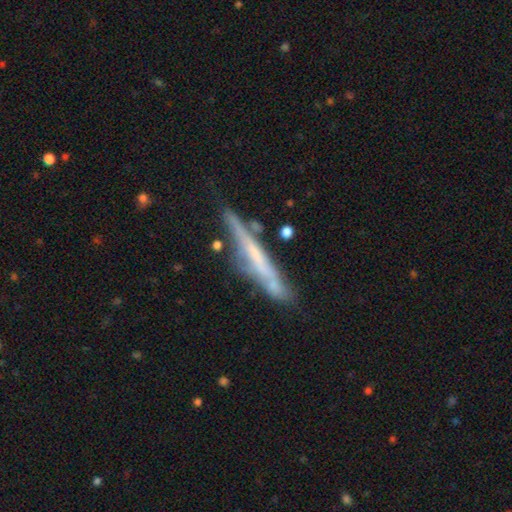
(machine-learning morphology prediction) smooth-or-featured: featured or disk: 61% | smooth: 32% | star or artifact: 7%
  disk-edge-on: yes: 87% | no: 13%
    edge-on-bulge: none: 65% | rounded: 21% | boxy: 14%
  merging: none: 62% | minor disturbance: 22% | merger: 9% | major disturbance: 7%